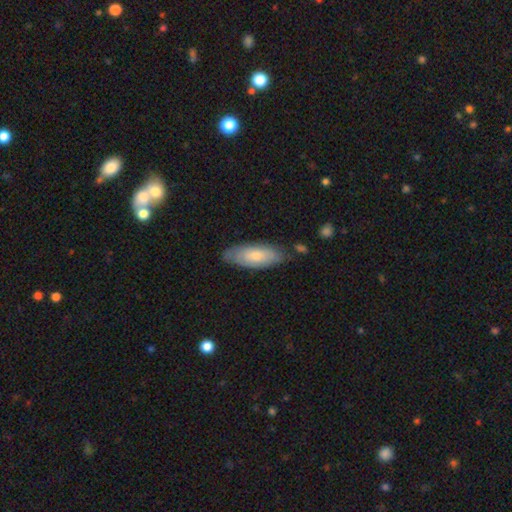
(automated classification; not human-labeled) Overall: smooth (65%; featured or disk 29%). How rounded: in between (77%). Merging: none (72%).